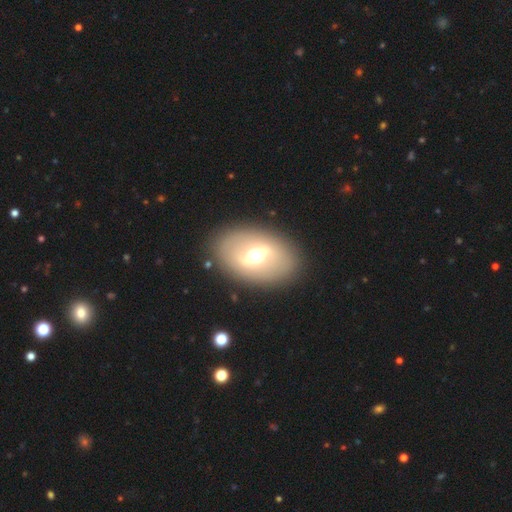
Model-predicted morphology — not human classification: A featured or disk galaxy (54%).

Vote fractions:
- Smooth or featured? featured or disk: 54% / smooth: 38% / star or artifact: 8%
- Edge-on disk? no: 90% / yes: 10%
- Merging? none: 86% / minor disturbance: 8% / major disturbance: 4% / merger: 2%